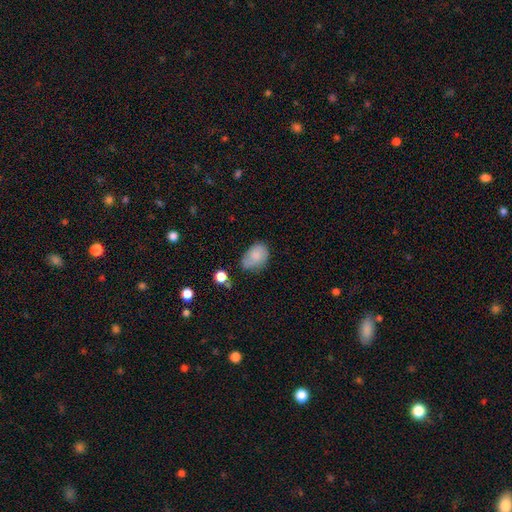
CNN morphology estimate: smooth 78%, featured or disk 13%, star or artifact 9%. Down the decision tree: how rounded — in between (78%); merging — none (49%).